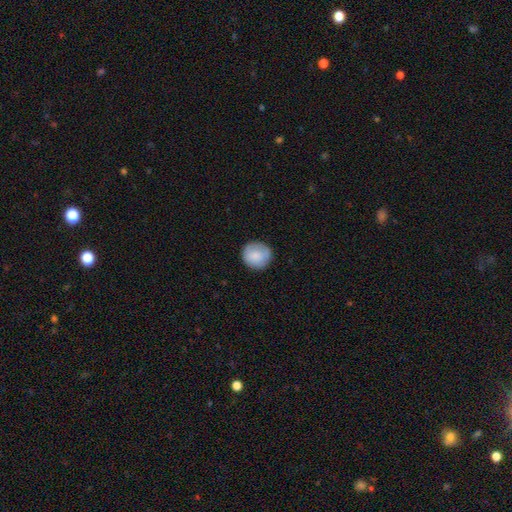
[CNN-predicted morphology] This is clearly a smooth galaxy (84%). How rounded: clearly round (91%). Merging: clearly none (84%).